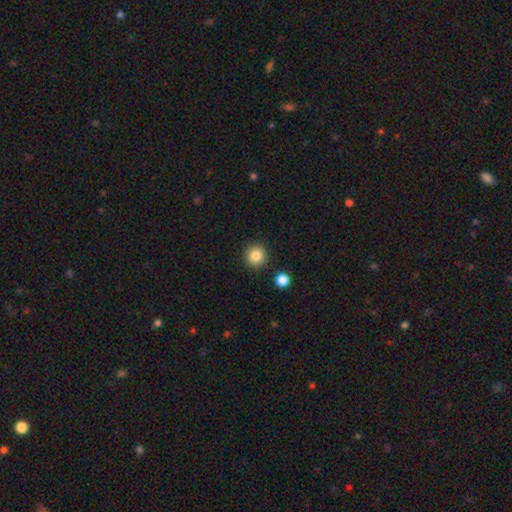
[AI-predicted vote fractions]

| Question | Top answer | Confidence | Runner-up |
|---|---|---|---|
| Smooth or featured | smooth | 85% | star or artifact (10%) |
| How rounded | round | 93% | in between (6%) |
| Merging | none | 90% | minor disturbance (5%) |